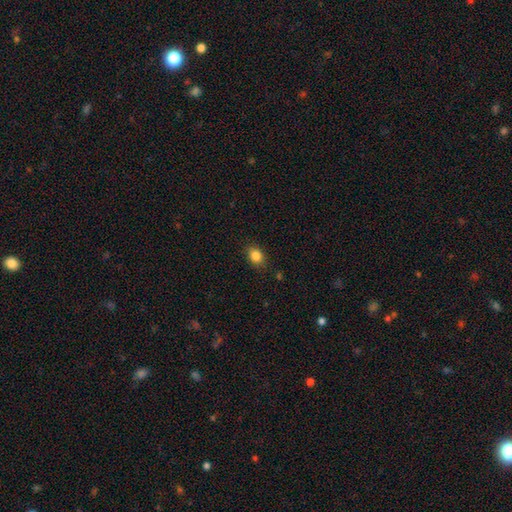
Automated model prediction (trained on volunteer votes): A smooth galaxy with no disk features (85%) that is in between round and cigar-shaped (61%).

Vote fractions:
- Smooth or featured? smooth: 85% / star or artifact: 10% / featured or disk: 5%
- How rounded? in between: 61% / round: 38% / cigar-shaped: 1%
- Merging? none: 85% / minor disturbance: 11% / major disturbance: 3% / merger: 1%